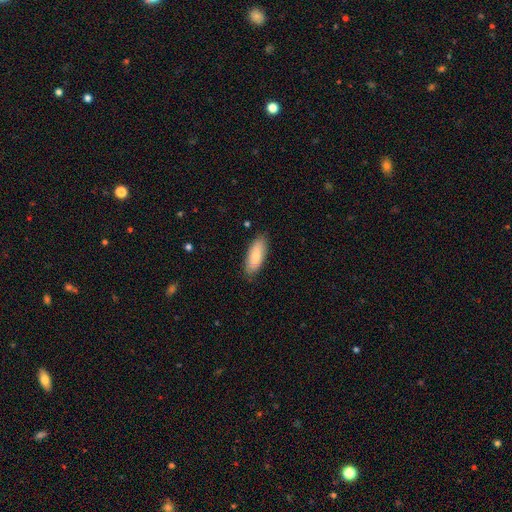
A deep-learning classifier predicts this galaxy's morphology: Smooth or featured? Predicted: smooth (p=0.79). How rounded? Predicted: in between (p=0.78). Merging? Predicted: none (p=0.85).